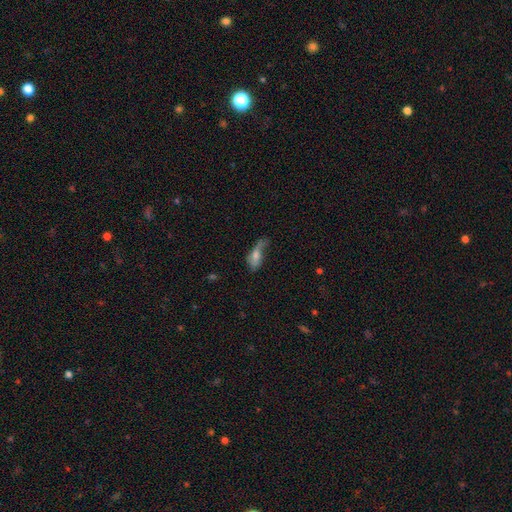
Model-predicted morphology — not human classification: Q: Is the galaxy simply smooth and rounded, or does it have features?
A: smooth — 54%.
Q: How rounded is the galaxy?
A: in between — 75%.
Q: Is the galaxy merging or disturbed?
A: major disturbance — 38%.